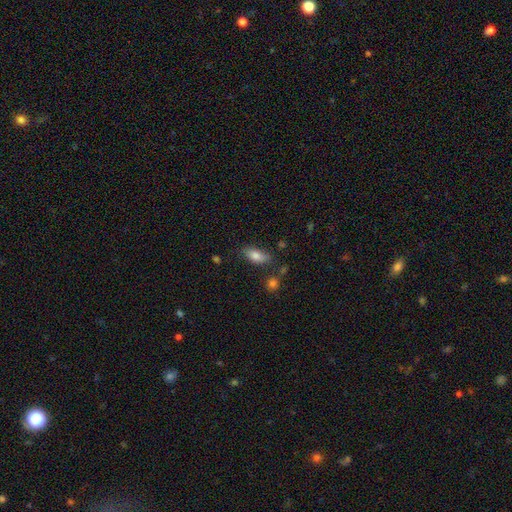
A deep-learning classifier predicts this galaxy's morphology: smooth-or-featured: smooth: 79% | featured or disk: 12% | star or artifact: 9%
  how-rounded: in between: 84% | cigar-shaped: 12% | round: 4%
  merging: none: 74% | minor disturbance: 17% | merger: 4% | major disturbance: 4%